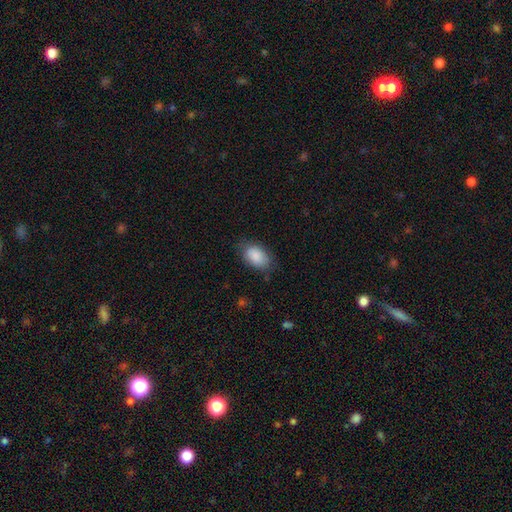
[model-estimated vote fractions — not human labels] Smooth or featured?
  - smooth: 87% *
  - star or artifact: 7%
  - featured or disk: 6%
How rounded?
  - in between: 90% *
  - round: 8%
  - cigar-shaped: 1%
Merging?
  - none: 73% *
  - minor disturbance: 20%
  - major disturbance: 5%
  - merger: 1%